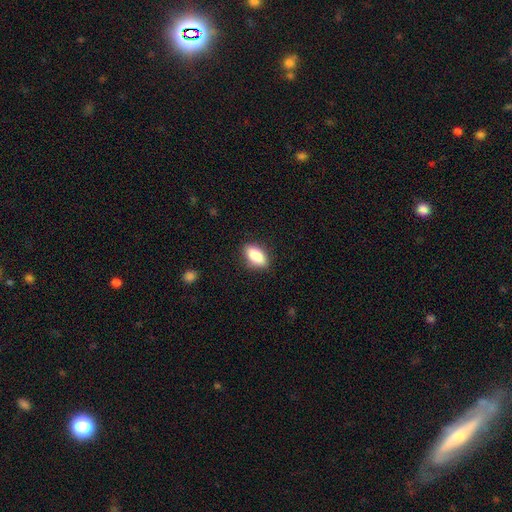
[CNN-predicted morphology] type=smooth (85%); roundness=in between (88%); merging=none (86%).